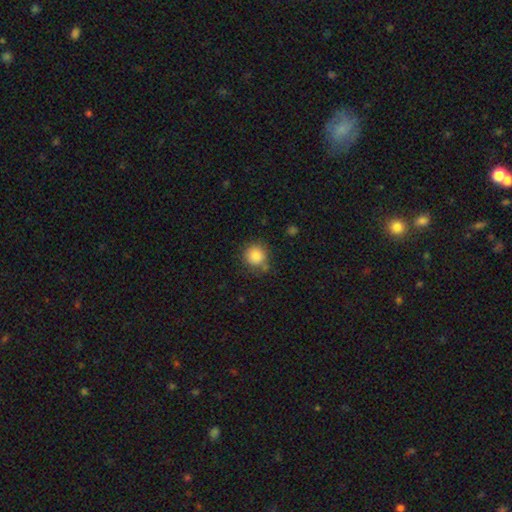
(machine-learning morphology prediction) smooth-or-featured: smooth: 85% | star or artifact: 10% | featured or disk: 5%
  how-rounded: round: 92% | in between: 7% | cigar-shaped: 1%
  merging: none: 77% | minor disturbance: 14% | merger: 6% | major disturbance: 4%